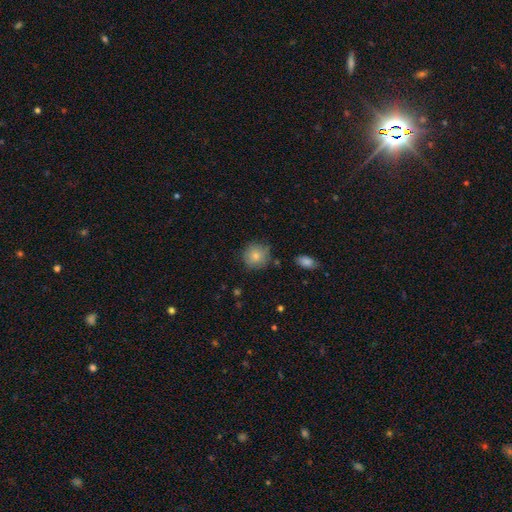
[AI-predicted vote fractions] Smooth or featured? Predicted: smooth (p=0.82). How rounded? Predicted: round (p=0.91). Merging? Predicted: none (p=0.80).